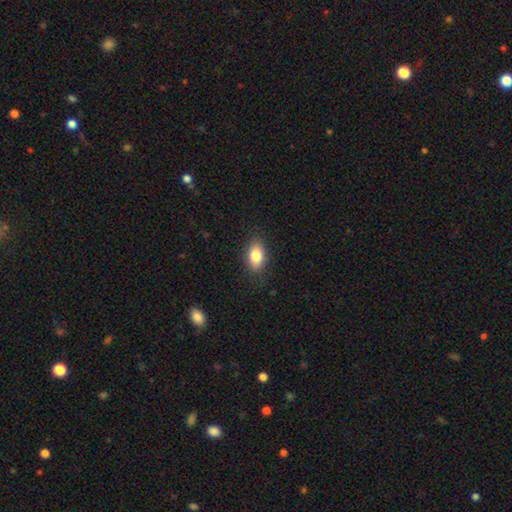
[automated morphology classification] Smooth or featured: smooth — 83% (featured or disk — 10%)
How rounded: in between — 88% (round — 9%)
Merging: none — 85% (minor disturbance — 11%)